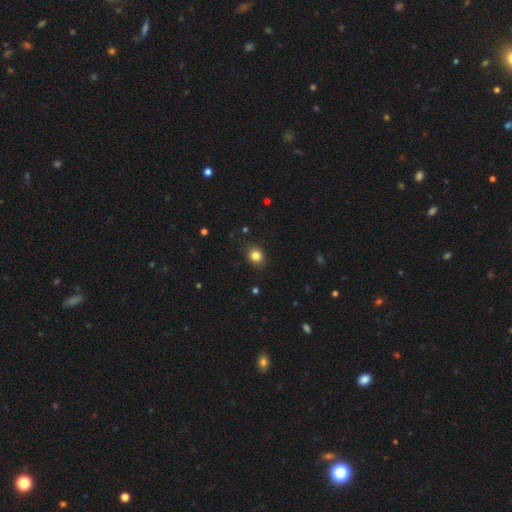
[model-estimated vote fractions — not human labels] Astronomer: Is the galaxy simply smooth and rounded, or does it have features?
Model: smooth — 83%.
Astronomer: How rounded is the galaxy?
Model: round — 67%.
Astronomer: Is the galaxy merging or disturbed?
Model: none — 85%.